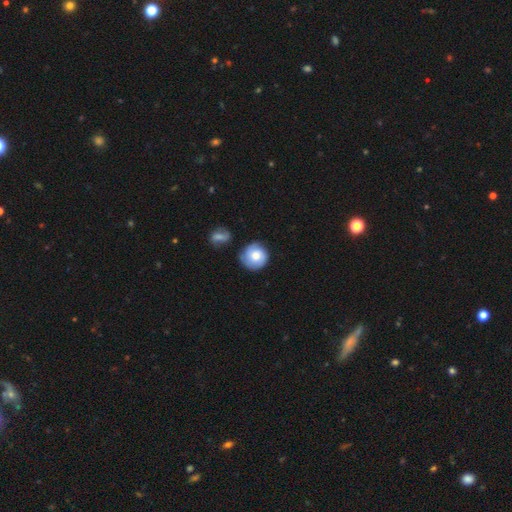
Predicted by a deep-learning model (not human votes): This is possibly a smooth galaxy (57%). How rounded: clearly round (90%). Merging: likely none (69%).